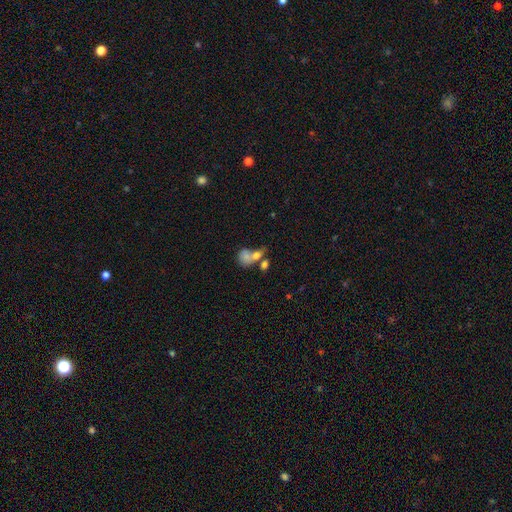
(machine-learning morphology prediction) Overall: smooth (71%). How rounded: in between (56%; round 41%). Merging: merger (52%; none 26%).